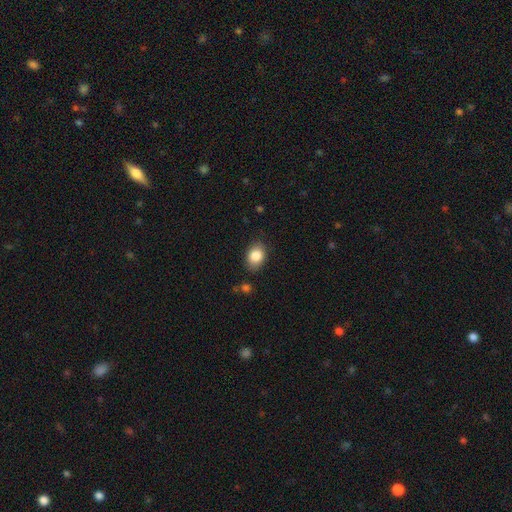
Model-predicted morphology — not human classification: A smooth galaxy with no disk features (85%) that is in between round and cigar-shaped (66%).

Vote fractions:
- Smooth or featured? smooth: 85% / star or artifact: 8% / featured or disk: 7%
- How rounded? in between: 66% / round: 33% / cigar-shaped: 1%
- Merging? none: 82% / minor disturbance: 13% / major disturbance: 3% / merger: 2%